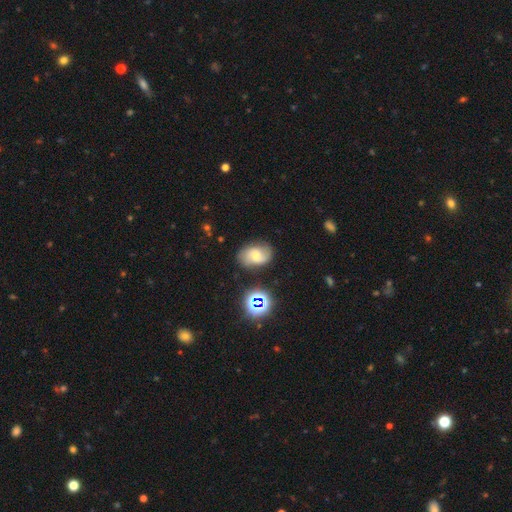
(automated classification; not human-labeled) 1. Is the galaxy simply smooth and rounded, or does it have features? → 51% featured or disk, 36% smooth, 14% star or artifact.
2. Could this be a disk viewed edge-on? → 96% no, 4% yes.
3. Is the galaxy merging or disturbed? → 74% none, 17% minor disturbance, 5% major disturbance, 3% merger.